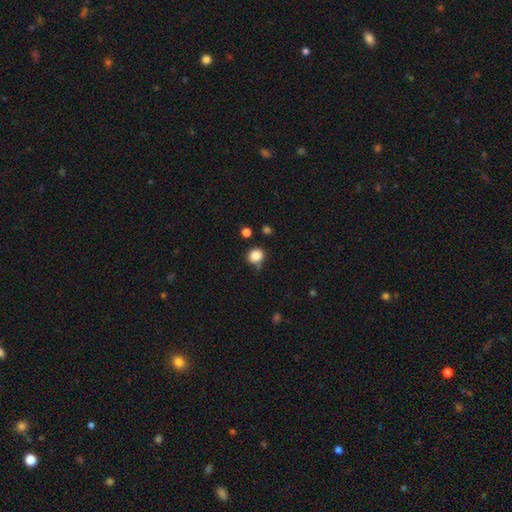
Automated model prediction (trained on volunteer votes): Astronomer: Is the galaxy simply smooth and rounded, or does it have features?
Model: smooth — 86%.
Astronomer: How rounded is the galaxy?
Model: round — 80%.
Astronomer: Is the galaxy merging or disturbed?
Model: none — 67%.